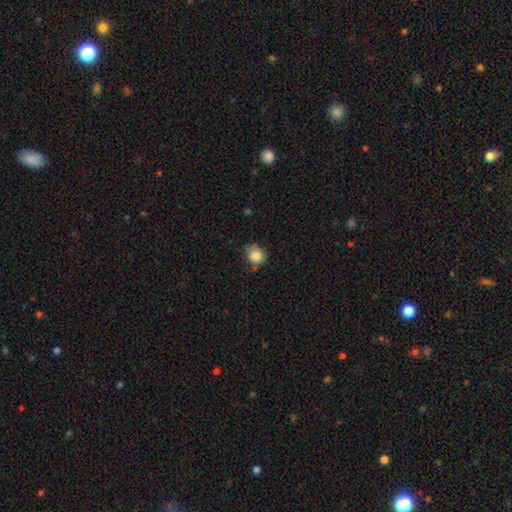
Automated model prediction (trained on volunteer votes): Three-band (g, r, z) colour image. It shows a smooth galaxy with no disk features (83%) that is round (75%). Merging: none (61%).